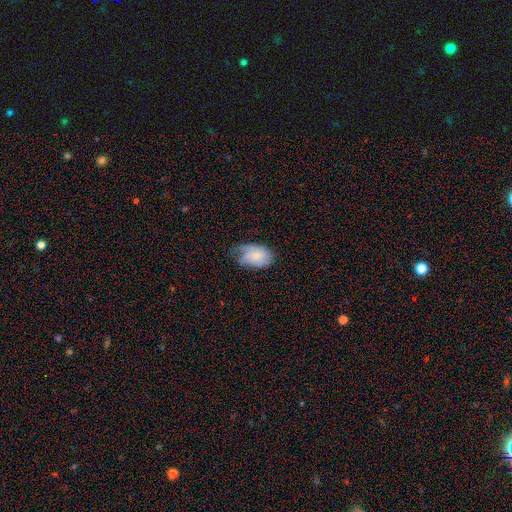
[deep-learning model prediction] This is likely a smooth galaxy (63%). How rounded: clearly in between (88%). Merging: marginally minor disturbance (41%).